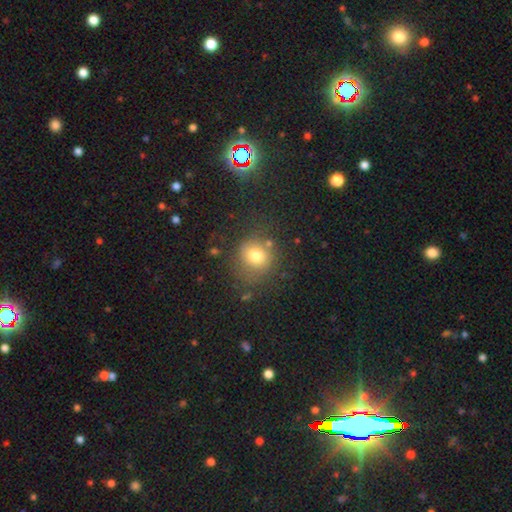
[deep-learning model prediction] Smooth or featured? smooth (75%)
How rounded? round (84%)
Merging? none (71%)